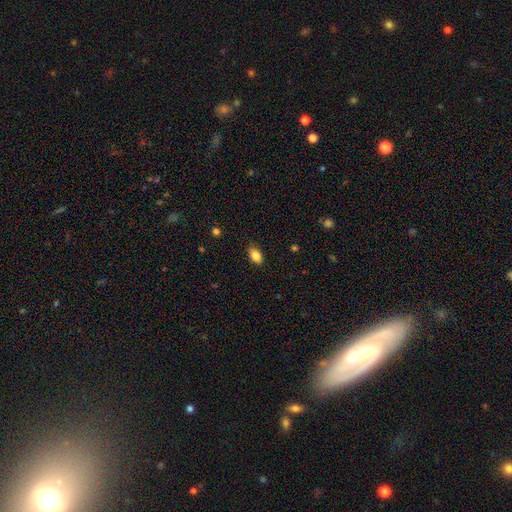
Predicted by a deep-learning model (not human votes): A smooth galaxy with no disk features (83%) that is in between round and cigar-shaped (88%). Merging: none (83%).